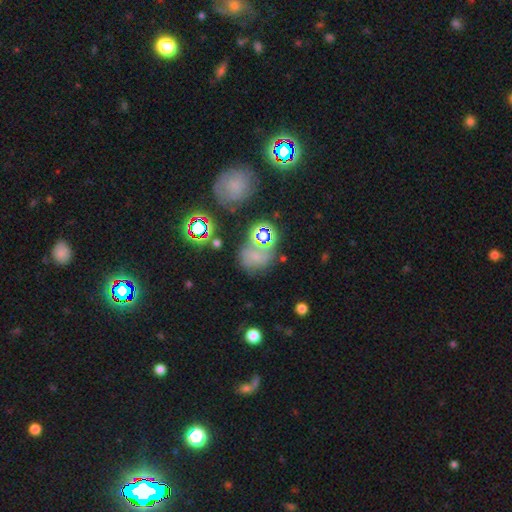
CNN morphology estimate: This appears to be a smooth galaxy with no disk features (46%). Merging: none (63%).